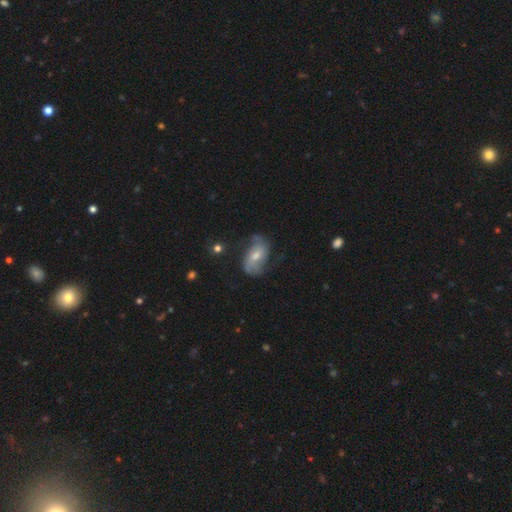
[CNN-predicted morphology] This appears to be a featured or disk galaxy (61%) with no bar (45%), spiral arms (82%) and a moderate central bulge (58%). Merging: none (57%).